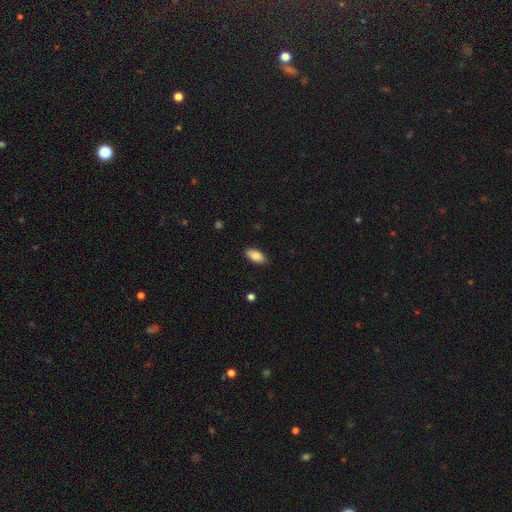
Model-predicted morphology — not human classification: Smooth or featured? smooth (83%)
How rounded? in between (92%)
Merging? none (88%)